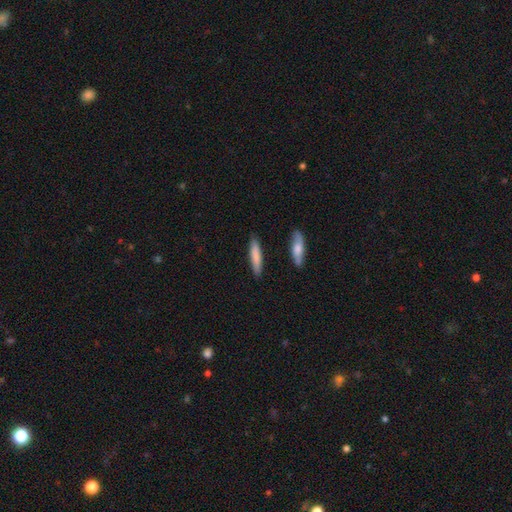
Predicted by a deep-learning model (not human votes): Smooth or featured?
  - smooth: 79% *
  - featured or disk: 16%
  - star or artifact: 5%
How rounded?
  - cigar-shaped: 84% *
  - in between: 15%
  - round: 1%
Merging?
  - none: 86% *
  - minor disturbance: 9%
  - merger: 3%
  - major disturbance: 2%